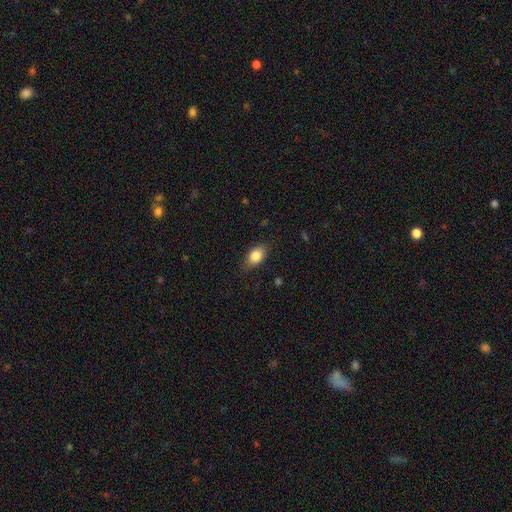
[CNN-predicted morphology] Smooth or featured? Predicted: smooth (p=0.82). How rounded? Predicted: in between (p=0.85). Merging? Predicted: none (p=0.80).